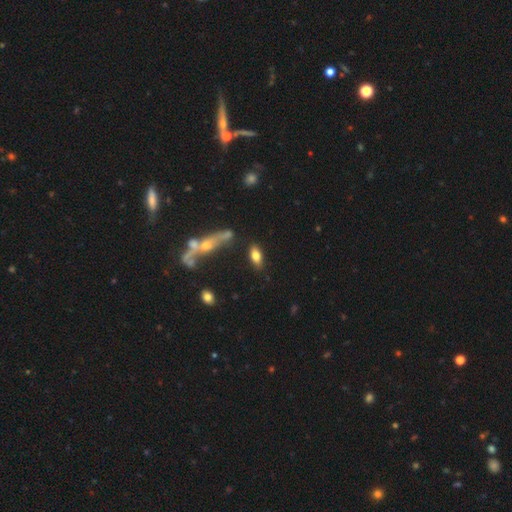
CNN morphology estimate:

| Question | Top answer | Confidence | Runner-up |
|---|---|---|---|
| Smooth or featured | smooth | 72% | featured or disk (20%) |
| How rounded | in between | 82% | cigar-shaped (15%) |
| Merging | none | 76% | minor disturbance (13%) |